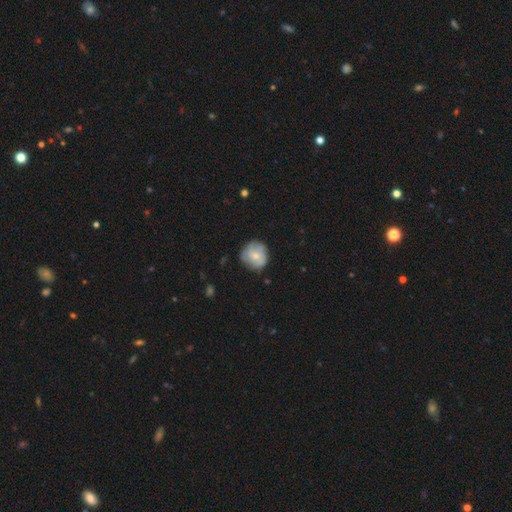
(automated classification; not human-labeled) Morphology: type=smooth (55%); roundness=round (87%); merging=none (72%).